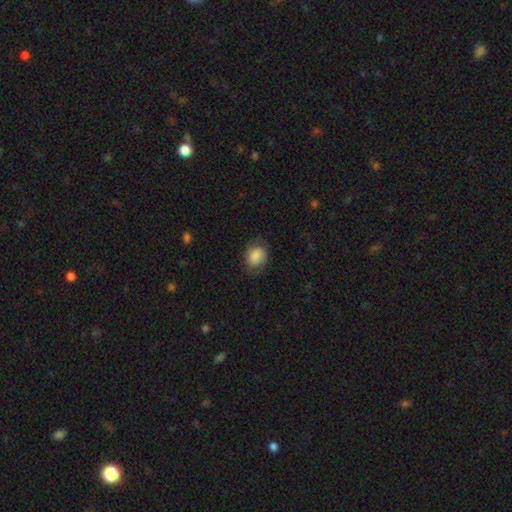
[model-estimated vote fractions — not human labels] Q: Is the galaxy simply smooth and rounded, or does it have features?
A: smooth — 86%.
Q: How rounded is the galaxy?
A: in between — 54%.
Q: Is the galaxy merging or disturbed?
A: none — 75%.